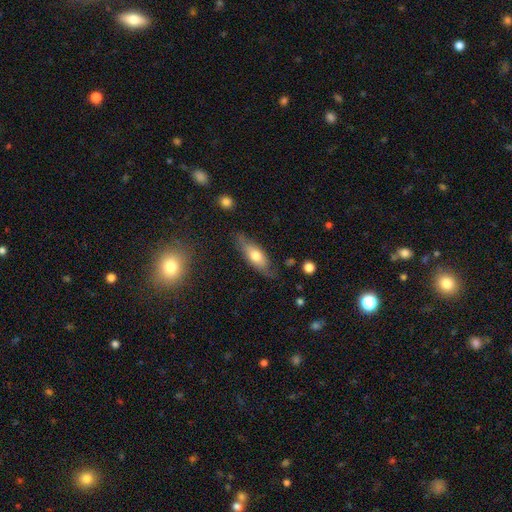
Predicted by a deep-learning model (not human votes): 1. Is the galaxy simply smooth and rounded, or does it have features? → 57% smooth, 37% featured or disk, 6% star or artifact.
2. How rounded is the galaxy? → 66% in between, 31% cigar-shaped, 3% round.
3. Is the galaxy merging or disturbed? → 69% none, 23% minor disturbance, 6% major disturbance, 2% merger.